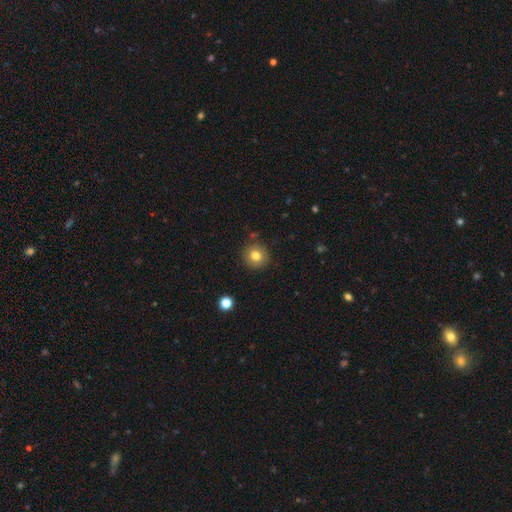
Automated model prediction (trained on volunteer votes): A smooth galaxy with no disk features (79%) that is round (93%). Merging: none (88%).